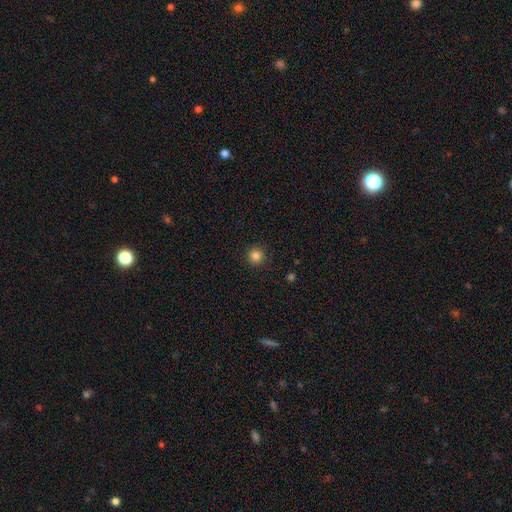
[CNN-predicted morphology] Smooth or featured?
  - smooth: 84% *
  - star or artifact: 12%
  - featured or disk: 4%
How rounded?
  - round: 95% *
  - in between: 4%
  - cigar-shaped: 1%
Merging?
  - none: 91% *
  - minor disturbance: 6%
  - major disturbance: 2%
  - merger: 1%